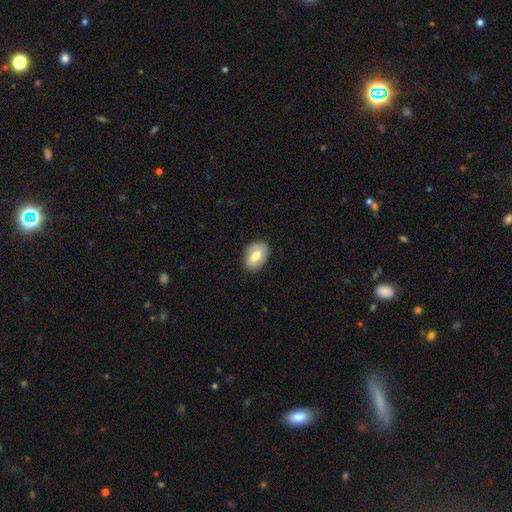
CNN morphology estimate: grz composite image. It shows a smooth galaxy with no disk features (66%) that is in between round and cigar-shaped (81%). Merging: none (79%).